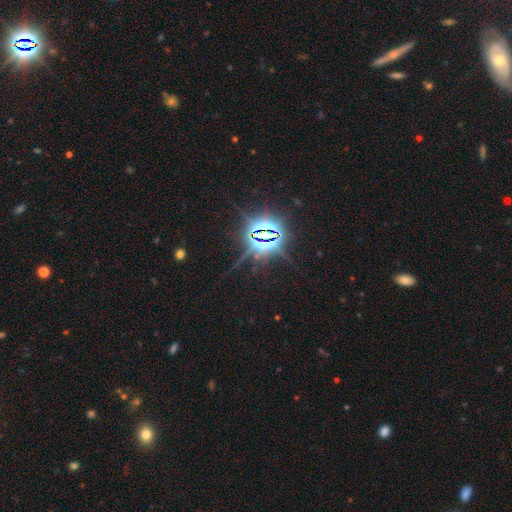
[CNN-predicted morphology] Smooth or featured? star or artifact (85%)